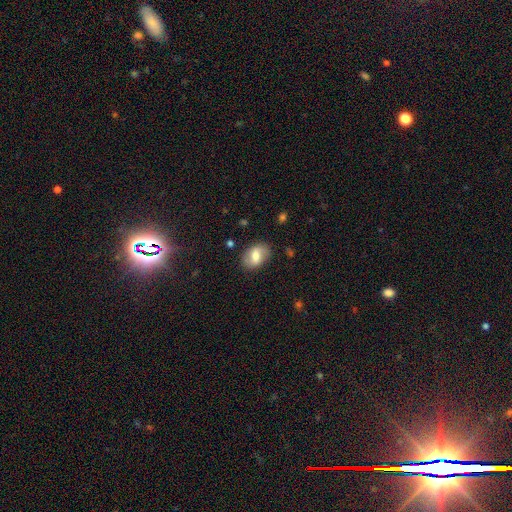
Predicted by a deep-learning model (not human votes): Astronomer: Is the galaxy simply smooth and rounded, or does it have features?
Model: smooth — 62%.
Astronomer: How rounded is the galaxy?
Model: in between — 84%.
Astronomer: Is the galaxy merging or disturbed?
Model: none — 81%.